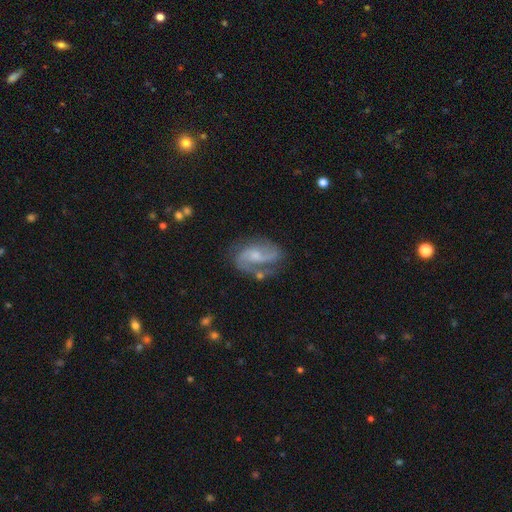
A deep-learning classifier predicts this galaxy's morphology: Smooth or featured? Predicted: featured or disk (p=0.83). Edge-on disk? Predicted: no (p=0.97). Bar? Predicted: no (p=0.46). Spiral arms? Predicted: yes (p=0.95). Spiral winding? Predicted: medium (p=0.50). Spiral arm count? Predicted: 2 (p=0.86). Bulge size? Predicted: small (p=0.51). Merging? Predicted: none (p=0.63).